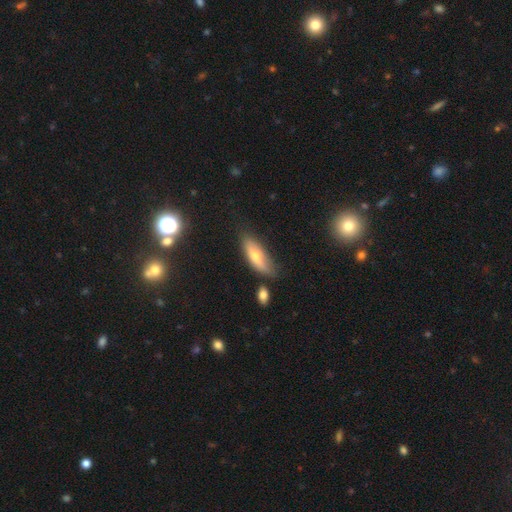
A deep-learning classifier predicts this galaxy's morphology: This is likely a smooth galaxy (64%). How rounded: likely in between (65%). Merging: likely none (66%).